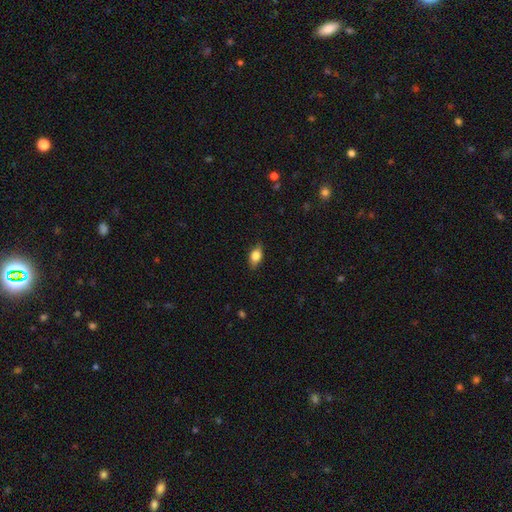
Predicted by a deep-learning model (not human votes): smooth-or-featured: smooth: 78% | featured or disk: 14% | star or artifact: 8%
  how-rounded: in between: 84% | round: 10% | cigar-shaped: 6%
  merging: none: 83% | minor disturbance: 14% | major disturbance: 3% | merger: 1%